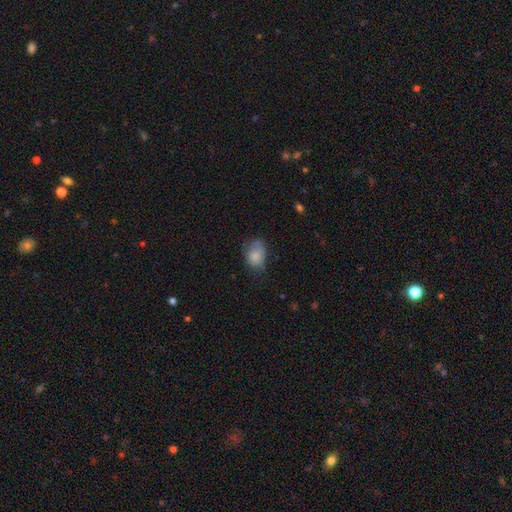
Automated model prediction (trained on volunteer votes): The model was most divided on "merging": none: 43%, minor disturbance: 36%, major disturbance: 18%, merger: 3%. More confident: smooth or featured — smooth (77%); how rounded — in between (69%).